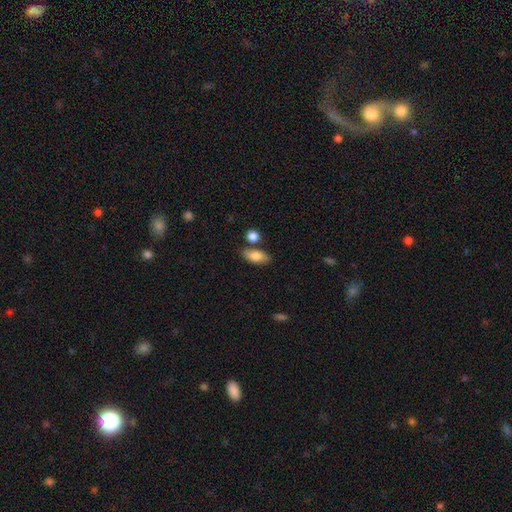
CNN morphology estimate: Smooth or featured: smooth — 79% (featured or disk — 14%)
How rounded: in between — 85% (cigar-shaped — 11%)
Merging: none — 73% (minor disturbance — 13%)